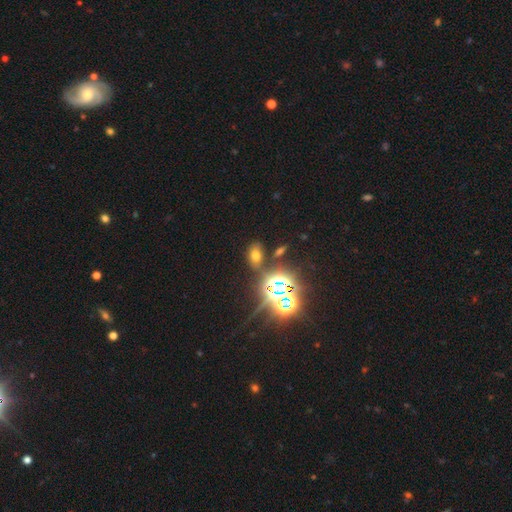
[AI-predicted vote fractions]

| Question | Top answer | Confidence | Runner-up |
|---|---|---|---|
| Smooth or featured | smooth | 50% | star or artifact (40%) |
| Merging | none | 78% | minor disturbance (11%) |